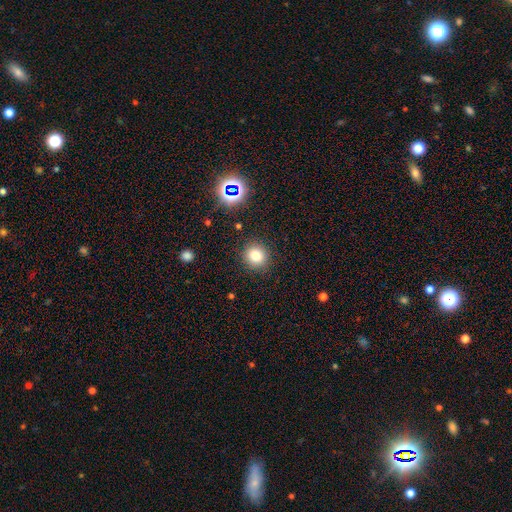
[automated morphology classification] type=smooth (79%); roundness=round (89%); merging=none (89%).